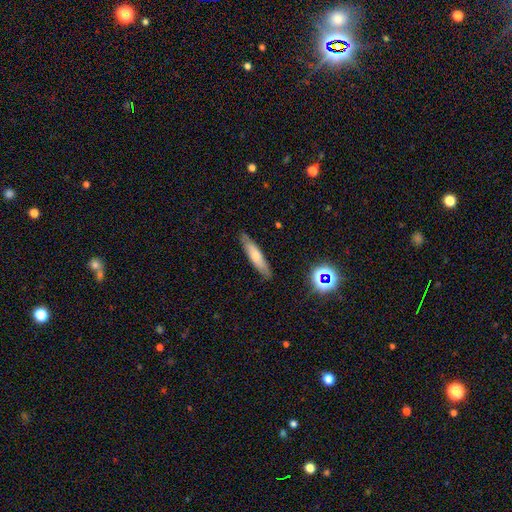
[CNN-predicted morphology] smooth 67%, featured or disk 26%, star or artifact 8%. Down the decision tree: how rounded — cigar-shaped (82%); merging — none (86%).